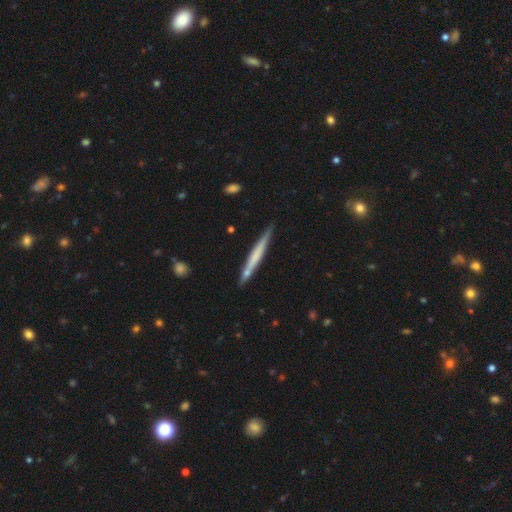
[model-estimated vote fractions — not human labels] Smooth or featured? smooth (48%)
Merging? none (81%)